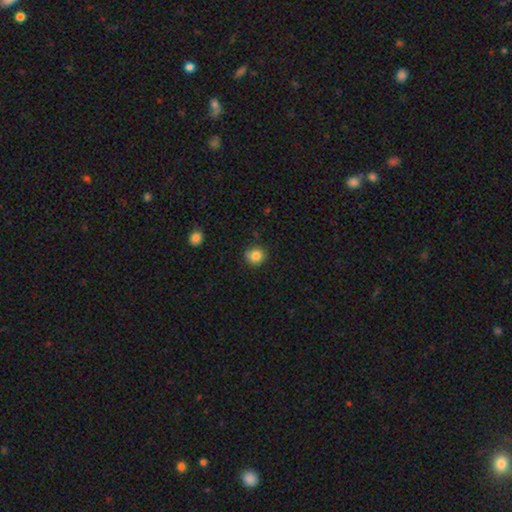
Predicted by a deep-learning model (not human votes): Smooth or featured? smooth (83%)
How rounded? round (84%)
Merging? none (80%)